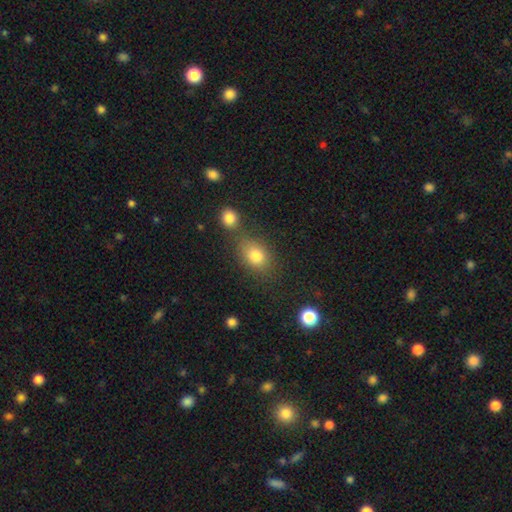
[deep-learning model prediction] smooth-or-featured: smooth: 80% | star or artifact: 11% | featured or disk: 9%
  how-rounded: in between: 67% | round: 31% | cigar-shaped: 2%
  merging: none: 58% | merger: 22% | minor disturbance: 14% | major disturbance: 6%